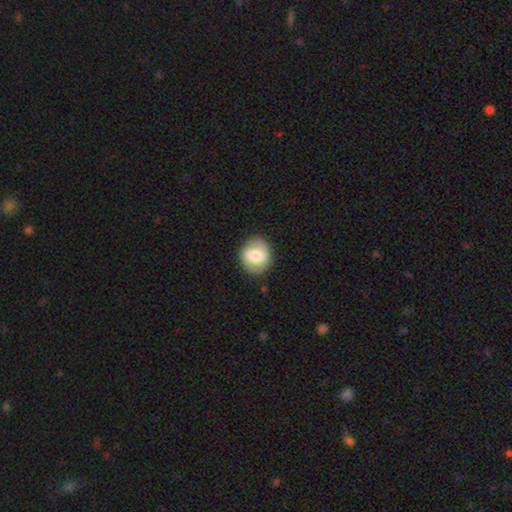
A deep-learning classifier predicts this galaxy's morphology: This is likely a smooth galaxy (62%). How rounded: likely round (70%). Merging: clearly none (83%).